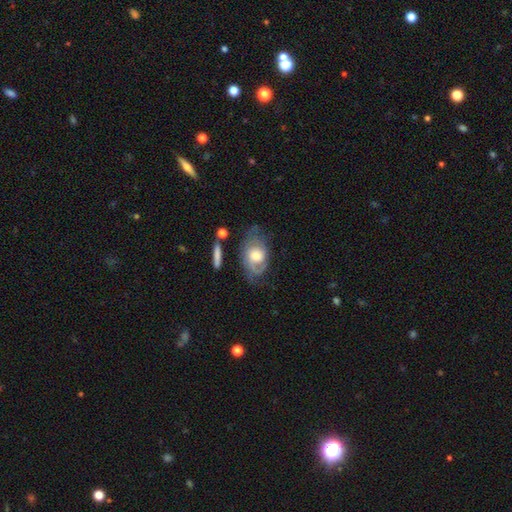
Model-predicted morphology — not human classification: Smooth or featured? Predicted: featured or disk (p=0.66). Edge-on disk? Predicted: no (p=0.94). Bar? Predicted: no (p=0.71). Spiral arms? Predicted: yes (p=0.84). Spiral winding? Predicted: tight (p=0.45). Spiral arm count? Predicted: 2 (p=0.39). Bulge size? Predicted: moderate (p=0.59). Merging? Predicted: none (p=0.50).